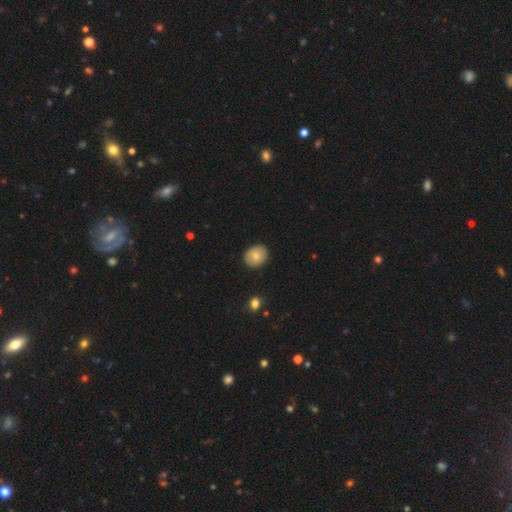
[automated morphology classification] A smooth galaxy with no disk features (73%) that is round (56%).

Vote fractions:
- Smooth or featured? smooth: 73% / featured or disk: 19% / star or artifact: 8%
- How rounded? round: 56% / in between: 43% / cigar-shaped: 1%
- Merging? none: 86% / minor disturbance: 11% / major disturbance: 2% / merger: 1%